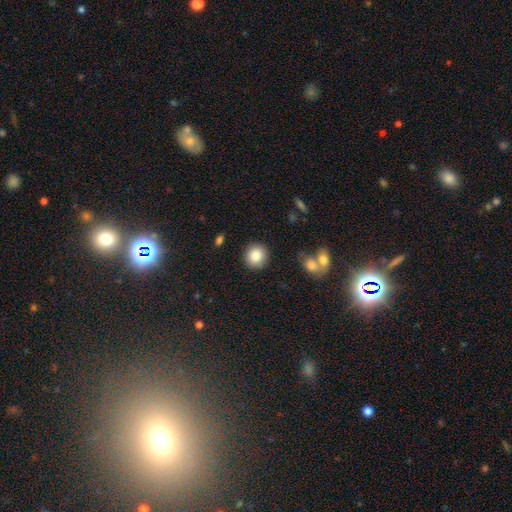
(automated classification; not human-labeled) smooth-or-featured: smooth: 85% | star or artifact: 8% | featured or disk: 6%
  how-rounded: round: 88% | in between: 11% | cigar-shaped: 1%
  merging: none: 89% | minor disturbance: 7% | merger: 2% | major disturbance: 2%